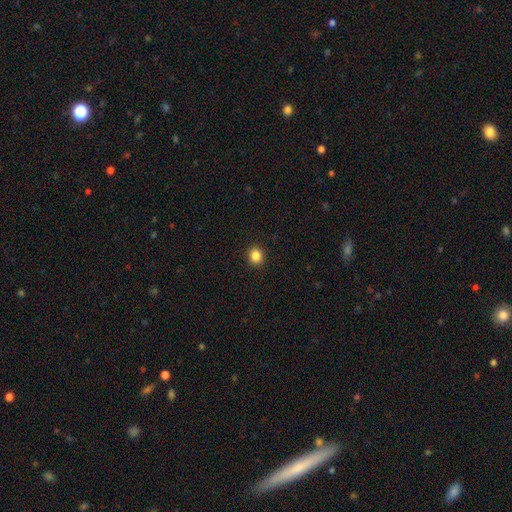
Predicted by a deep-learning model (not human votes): Smooth or featured? smooth (86%)
How rounded? round (71%)
Merging? none (92%)